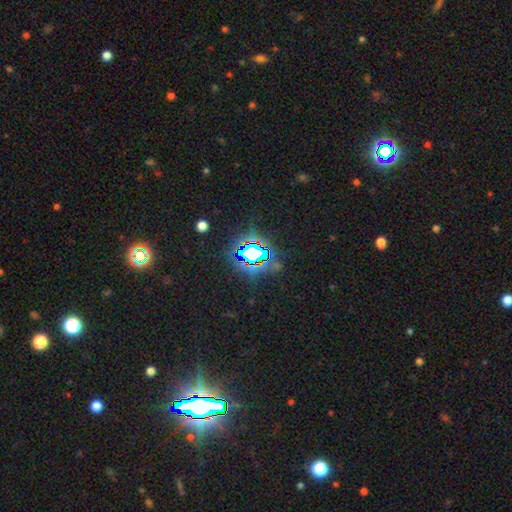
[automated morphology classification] The model was most divided on "smooth or featured": star or artifact: 73%, smooth: 16%, featured or disk: 12%.